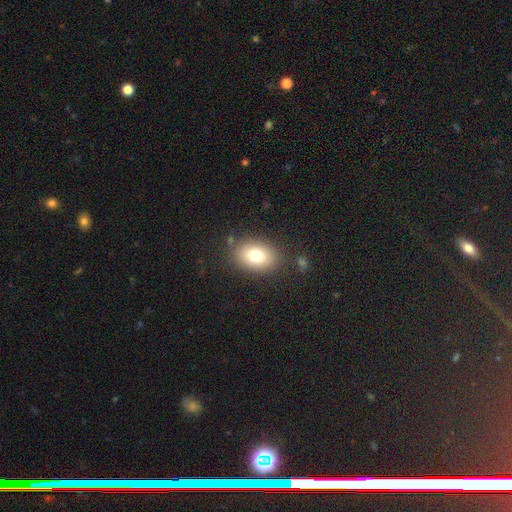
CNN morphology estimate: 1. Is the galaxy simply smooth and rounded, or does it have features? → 78% smooth, 12% featured or disk, 10% star or artifact.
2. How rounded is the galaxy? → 77% in between, 22% round, 1% cigar-shaped.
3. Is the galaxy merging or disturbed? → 83% none, 11% minor disturbance, 4% major disturbance, 3% merger.